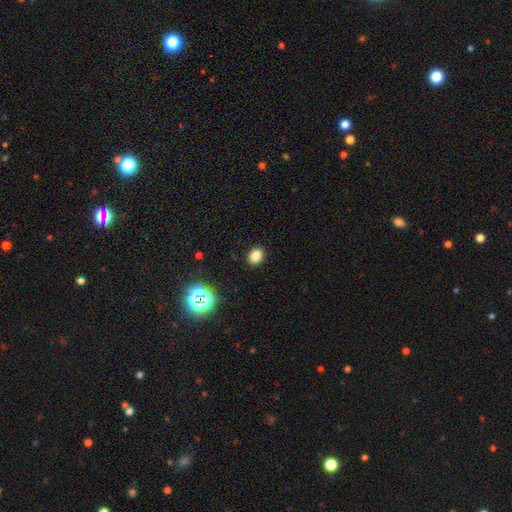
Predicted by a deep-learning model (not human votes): smooth 81%, star or artifact 14%, featured or disk 5%. Down the decision tree: how rounded — in between (57%); merging — none (90%).